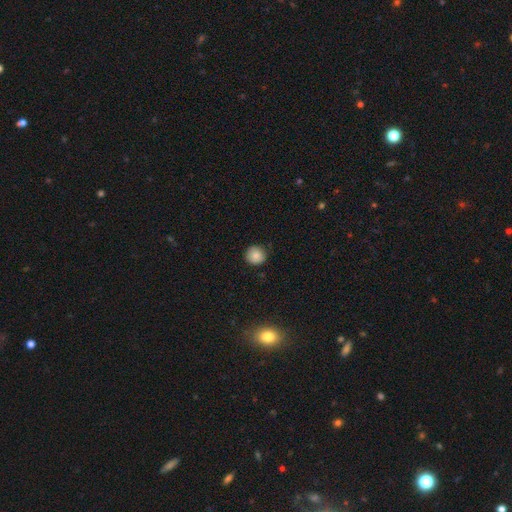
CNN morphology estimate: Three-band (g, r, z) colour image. It shows a smooth galaxy with no disk features (82%) that is round (92%). Merging: none (86%).